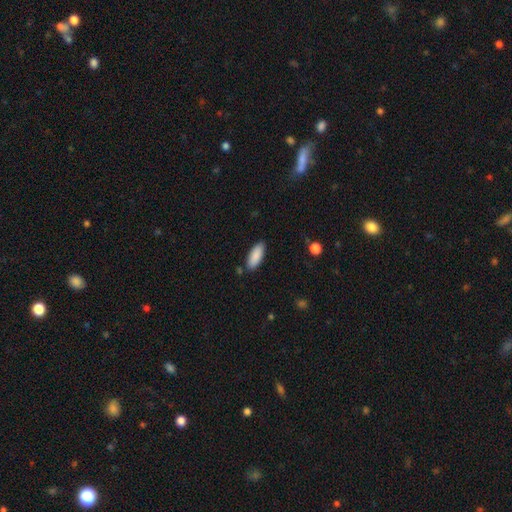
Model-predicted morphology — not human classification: Smooth or featured? Predicted: smooth (p=0.89). How rounded? Predicted: in between (p=0.75). Merging? Predicted: none (p=0.84).